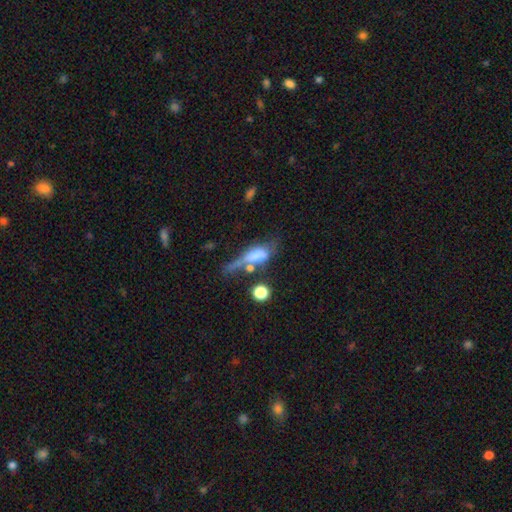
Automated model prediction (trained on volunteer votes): Smooth or featured: smooth — 52% (featured or disk — 36%)
How rounded: in between — 62% (cigar-shaped — 31%)
Merging: major disturbance — 31% (none — 25%)